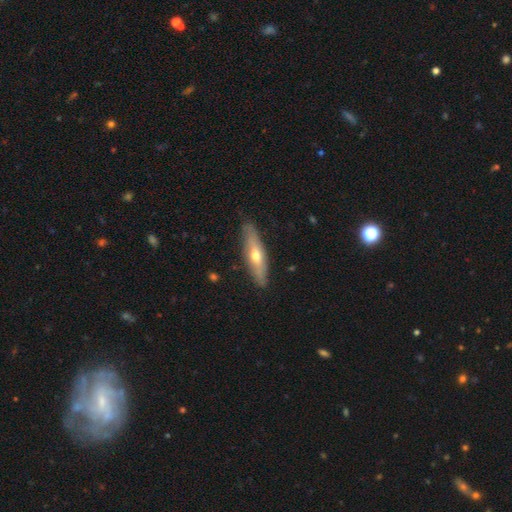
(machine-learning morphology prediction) A featured or disk galaxy (50%) viewed edge-on (74%).

Vote fractions:
- Smooth or featured? featured or disk: 50% / smooth: 44% / star or artifact: 6%
- Edge-on disk? yes: 74% / no: 26%
- Merging? none: 83% / minor disturbance: 13% / major disturbance: 3% / merger: 1%